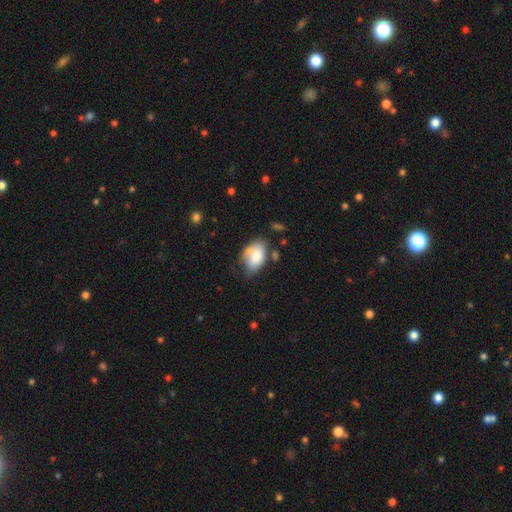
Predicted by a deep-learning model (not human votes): Smooth or featured? smooth (76%)
How rounded? in between (89%)
Merging? none (41%)